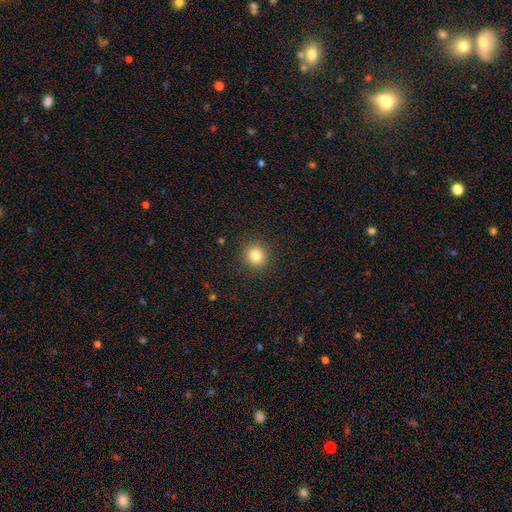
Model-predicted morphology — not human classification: smooth 82%, star or artifact 12%, featured or disk 6%. Down the decision tree: how rounded — round (90%); merging — none (91%).